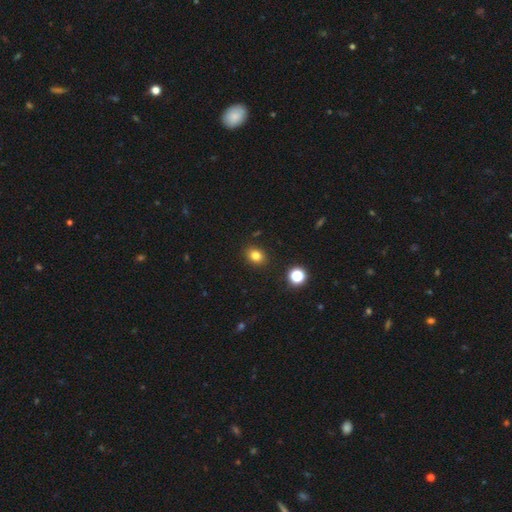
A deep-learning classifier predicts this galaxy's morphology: Q: Smooth or featured?
A: smooth (81%); runner-up: star or artifact (13%)
Q: How rounded?
A: in between (53%); runner-up: round (46%)
Q: Merging?
A: none (88%); runner-up: minor disturbance (8%)